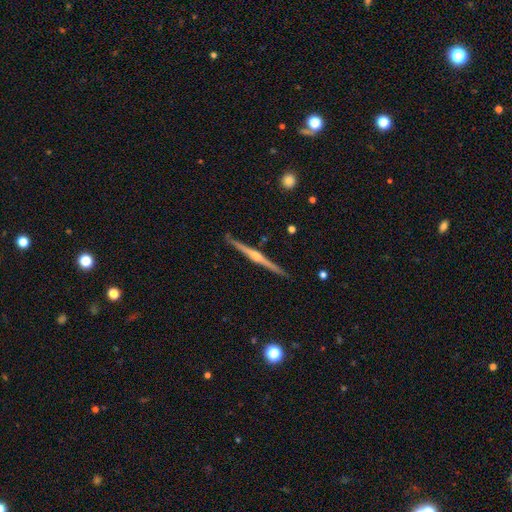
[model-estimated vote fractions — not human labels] Overall: featured or disk (83%). Edge-on disk: yes (99%). Edge-on bulge: rounded (81%). Merging: none (92%).